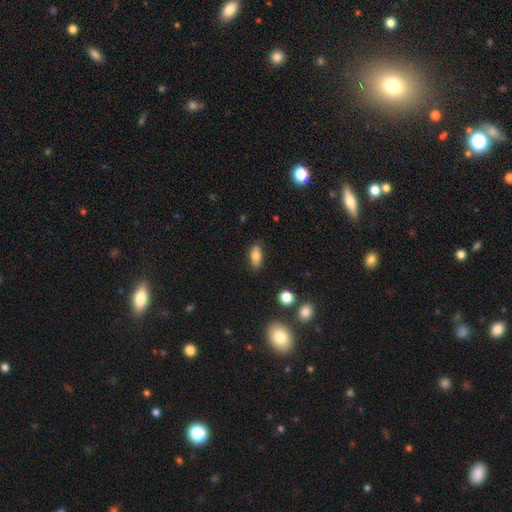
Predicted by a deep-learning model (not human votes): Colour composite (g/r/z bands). It shows a smooth galaxy with no disk features (81%) that is in between round and cigar-shaped (88%). Merging: none (84%).